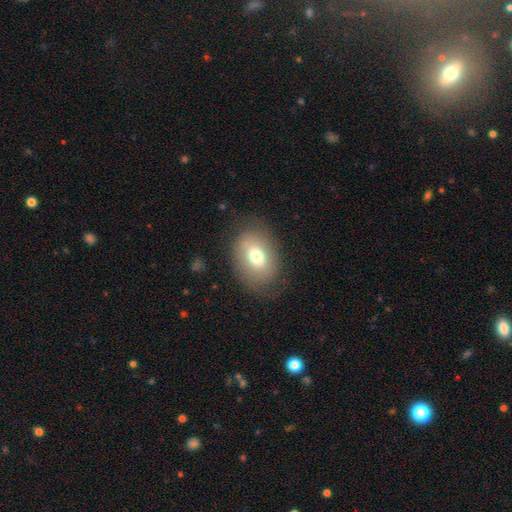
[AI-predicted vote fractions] Overall: smooth (66%). How rounded: in between (79%). Merging: none (78%).